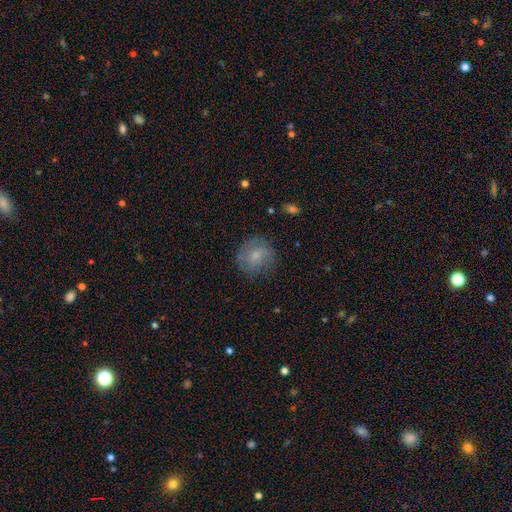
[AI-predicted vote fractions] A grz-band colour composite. It shows a smooth galaxy with no disk features (63%) that is round (84%). Merging: none (75%).